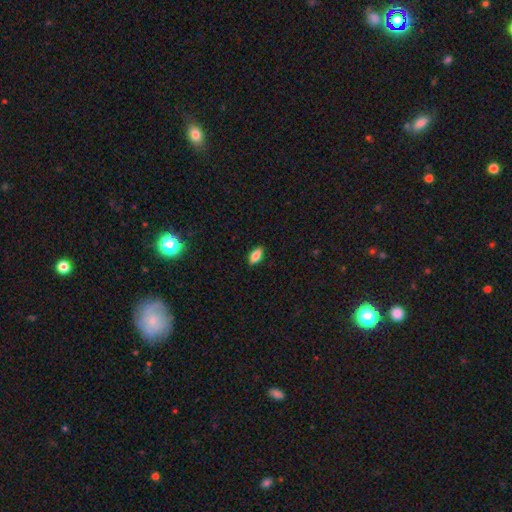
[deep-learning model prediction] A smooth galaxy with no disk features (80%) that is in between round and cigar-shaped (87%). Merging: none (88%).